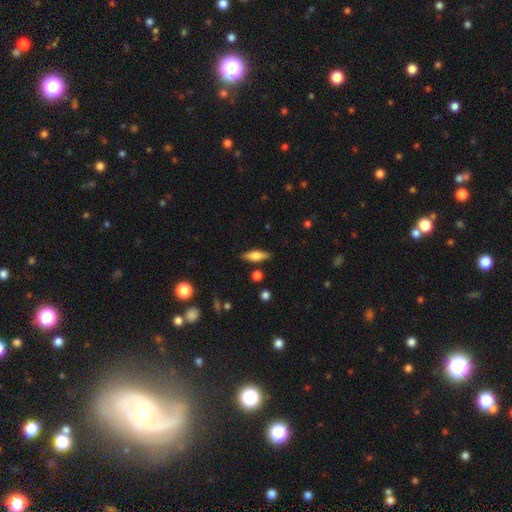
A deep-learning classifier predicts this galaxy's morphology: The model was most divided on "how rounded": cigar-shaped: 50%, in between: 48%, round: 3%. More confident: merging — none (84%); smooth or featured — smooth (62%).